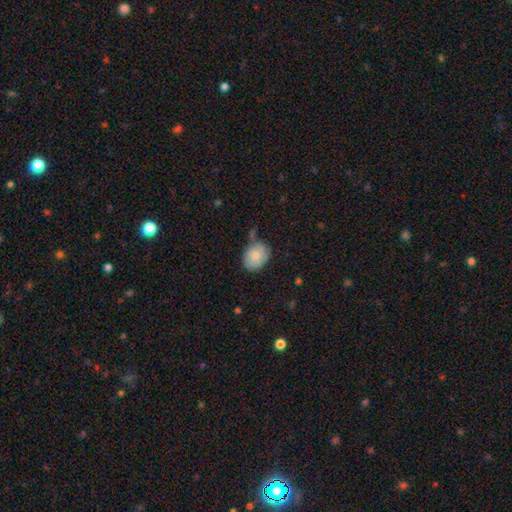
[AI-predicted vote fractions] The model was most divided on "how rounded": in between: 61%, round: 38%, cigar-shaped: 1%. More confident: smooth or featured — smooth (81%); merging — none (65%).